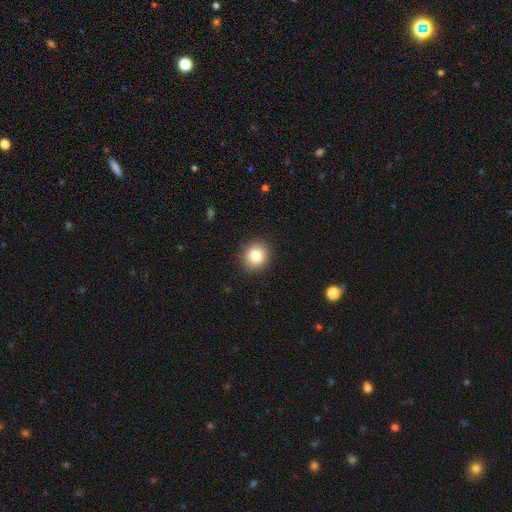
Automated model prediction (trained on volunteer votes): The model was most divided on "how rounded": round: 82%, in between: 17%, cigar-shaped: 1%. More confident: merging — none (90%); smooth or featured — smooth (83%).